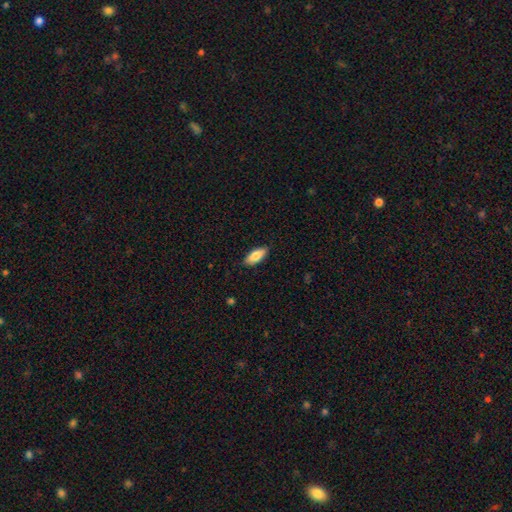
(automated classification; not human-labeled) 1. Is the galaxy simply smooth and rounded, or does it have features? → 82% smooth, 12% featured or disk, 6% star or artifact.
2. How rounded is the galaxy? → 80% in between, 18% cigar-shaped, 2% round.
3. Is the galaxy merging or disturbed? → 87% none, 10% minor disturbance, 2% major disturbance, 1% merger.